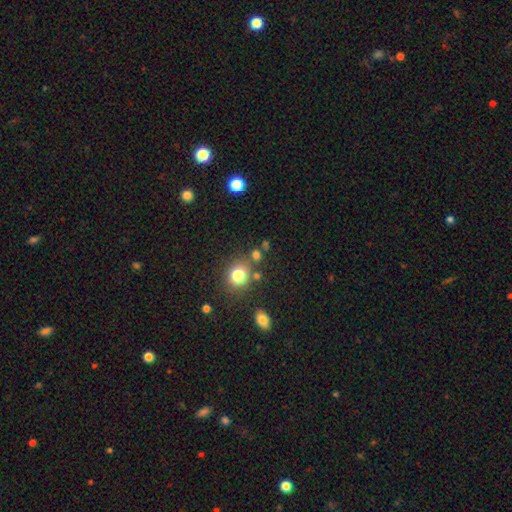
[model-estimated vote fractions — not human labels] This appears to be a smooth galaxy with no disk features (72%) that is round (81%). Merging: none (77%).